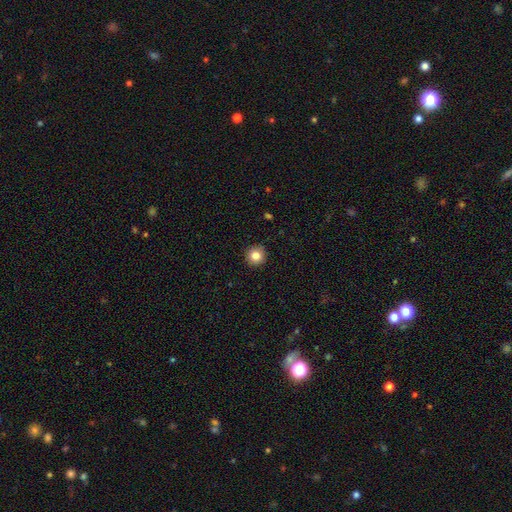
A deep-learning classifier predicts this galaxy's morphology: Overall: smooth (83%). How rounded: round (95%). Merging: none (92%).